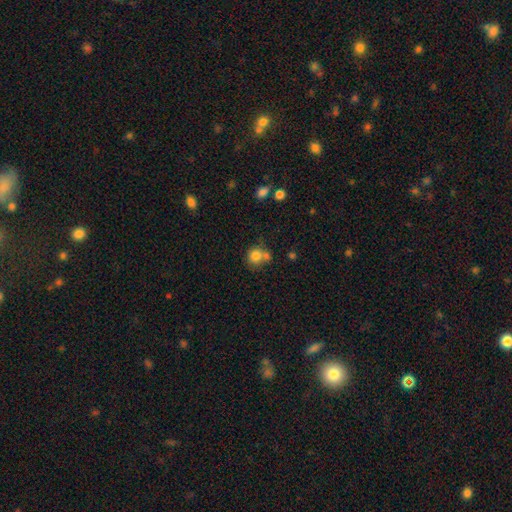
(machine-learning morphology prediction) smooth 79%, star or artifact 11%, featured or disk 10%. Down the decision tree: how rounded — round (84%); merging — none (51%).